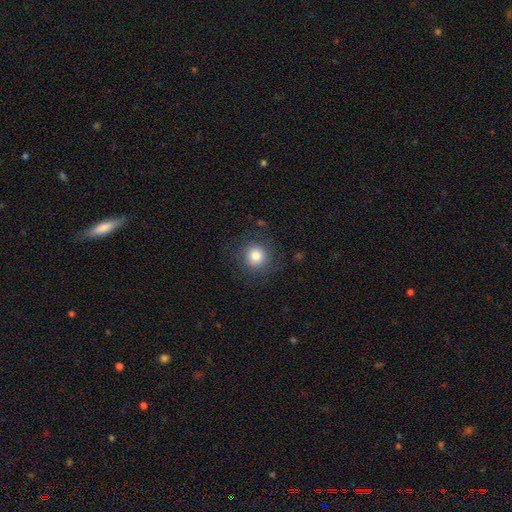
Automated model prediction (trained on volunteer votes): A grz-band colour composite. It shows a smooth galaxy with no disk features (82%) that is round (92%). Merging: none (84%).